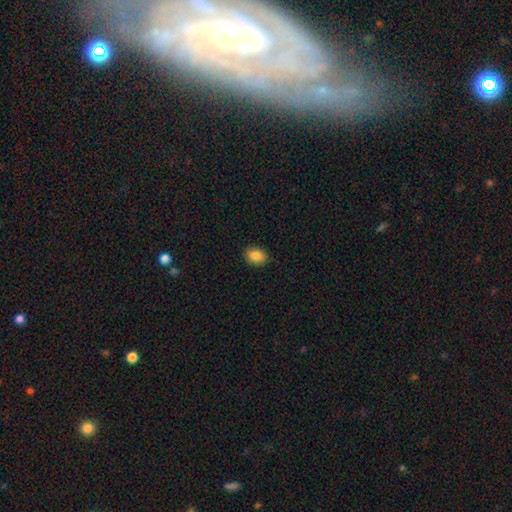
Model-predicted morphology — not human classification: Q: Smooth or featured?
A: smooth (86%); runner-up: star or artifact (8%)
Q: How rounded?
A: in between (64%); runner-up: round (35%)
Q: Merging?
A: none (89%); runner-up: minor disturbance (8%)